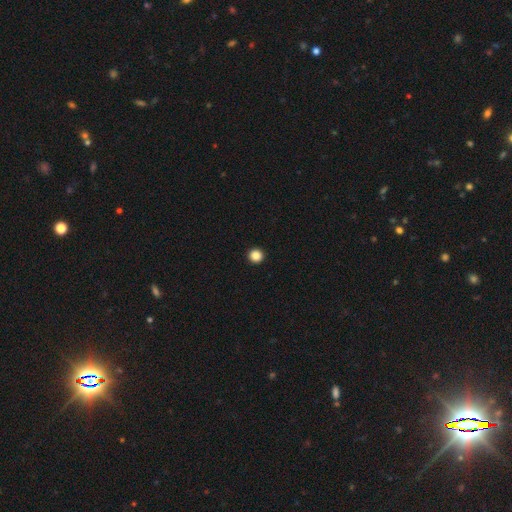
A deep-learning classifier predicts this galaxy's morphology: Q: Smooth or featured?
A: smooth (87%); runner-up: star or artifact (10%)
Q: How rounded?
A: round (96%); runner-up: in between (3%)
Q: Merging?
A: none (95%); runner-up: minor disturbance (3%)